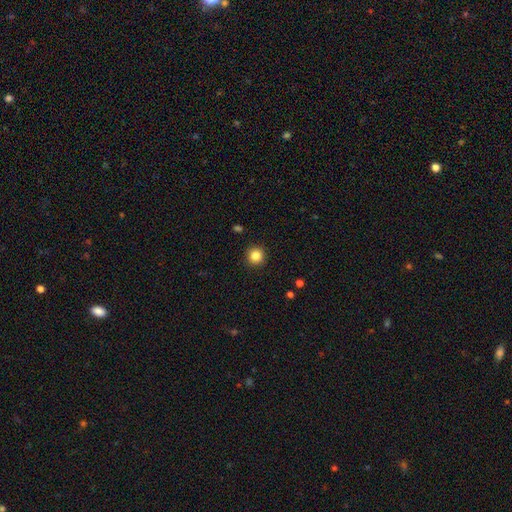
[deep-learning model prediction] smooth_or_featured: smooth (p=0.85) [alt: star or artifact p=0.11]
how_rounded: round (p=0.95) [alt: in between p=0.04]
merging: none (p=0.92) [alt: minor disturbance p=0.05]